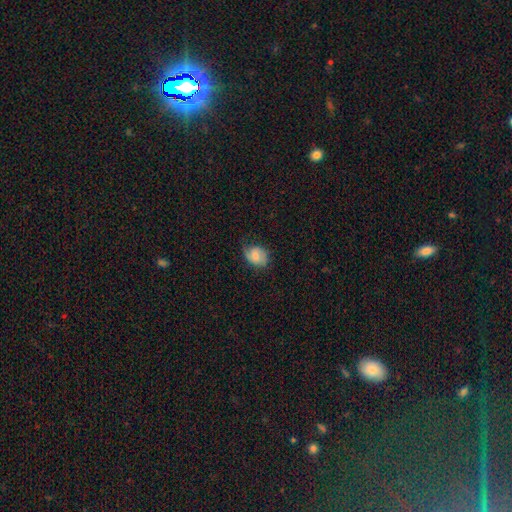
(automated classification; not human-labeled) This is likely a smooth galaxy (62%). How rounded: possibly in between (59%). Merging: possibly none (56%).